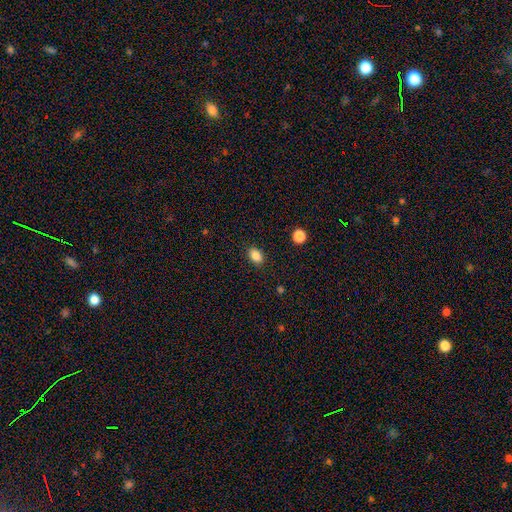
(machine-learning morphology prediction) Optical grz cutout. It shows a smooth galaxy with no disk features (87%) that is in between round and cigar-shaped (82%). Merging: none (88%).